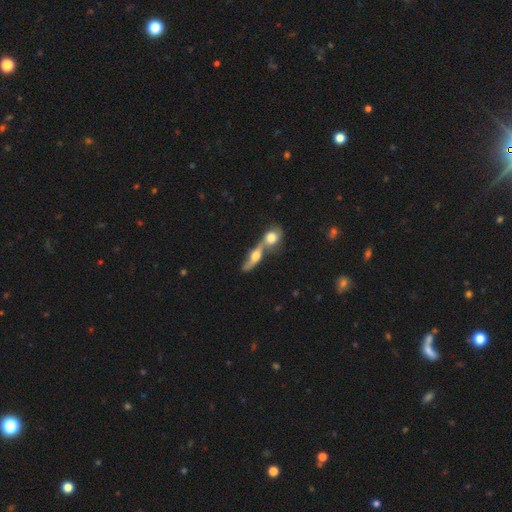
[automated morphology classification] This appears to be a featured or disk galaxy (57%). Merging: merger (71%).